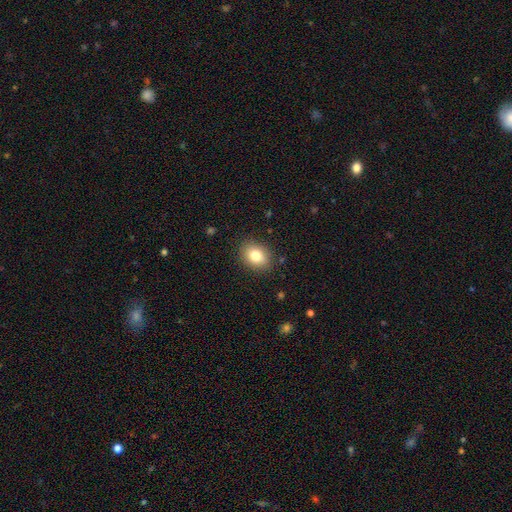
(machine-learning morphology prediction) This is clearly a smooth galaxy (81%). How rounded: possibly in between (60%). Merging: clearly none (87%).